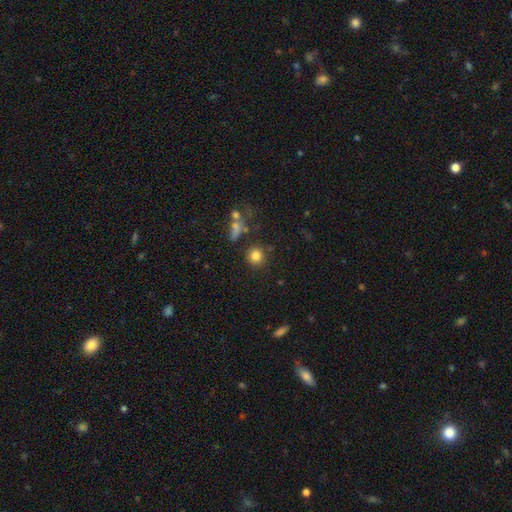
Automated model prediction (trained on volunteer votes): Smooth or featured? smooth (81%)
How rounded? round (90%)
Merging? none (81%)